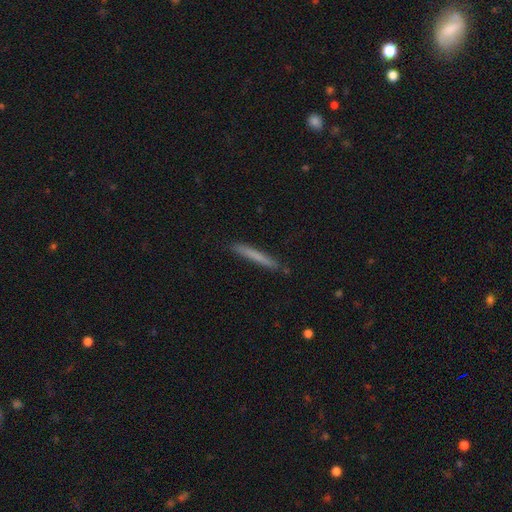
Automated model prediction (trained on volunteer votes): Q: Smooth or featured?
A: smooth (70%); runner-up: featured or disk (24%)
Q: How rounded?
A: cigar-shaped (97%); runner-up: in between (2%)
Q: Merging?
A: none (87%); runner-up: minor disturbance (9%)